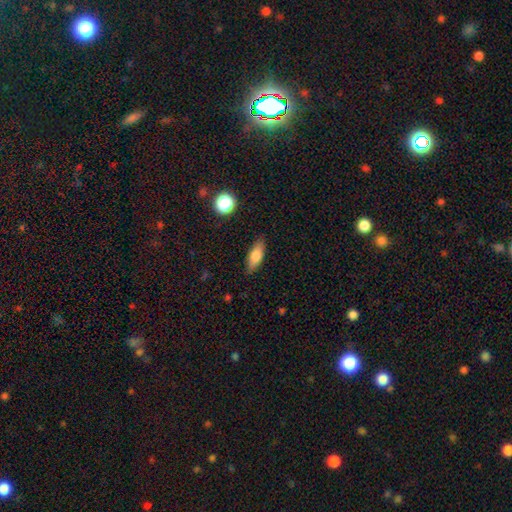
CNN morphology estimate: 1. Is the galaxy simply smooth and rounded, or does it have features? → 73% smooth, 20% featured or disk, 8% star or artifact.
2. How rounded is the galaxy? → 65% in between, 31% cigar-shaped, 4% round.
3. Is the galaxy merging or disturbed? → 85% none, 11% minor disturbance, 3% major disturbance, 1% merger.